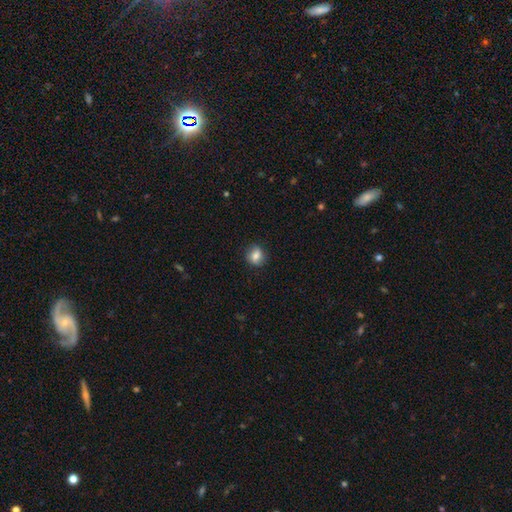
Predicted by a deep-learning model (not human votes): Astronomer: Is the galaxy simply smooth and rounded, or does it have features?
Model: smooth — 74%.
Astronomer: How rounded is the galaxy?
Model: round — 69%.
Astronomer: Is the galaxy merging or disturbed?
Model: none — 81%.